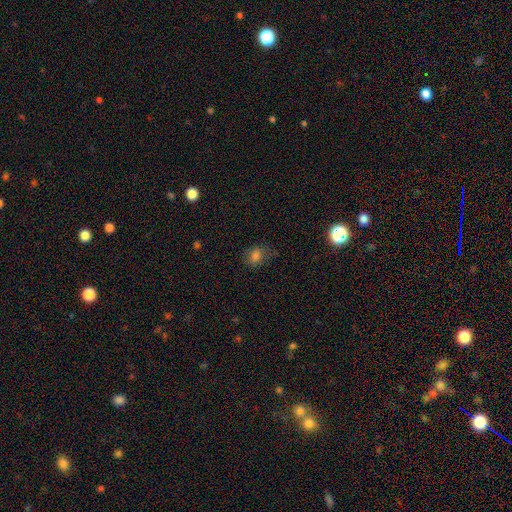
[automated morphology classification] This appears to be a smooth galaxy with no disk features (75%) that is in between round and cigar-shaped (57%). Merging: none (68%).